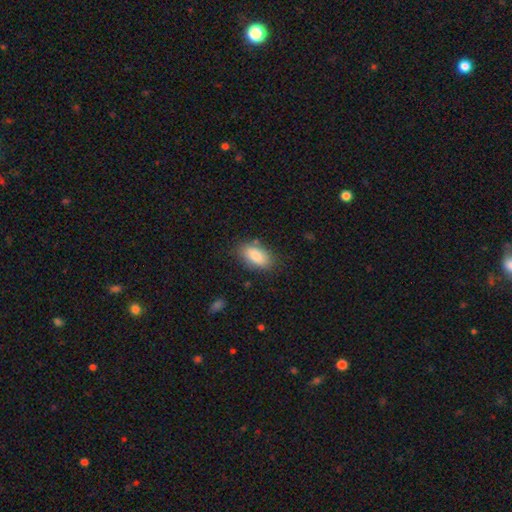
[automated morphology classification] smooth 84%, featured or disk 9%, star or artifact 7%. Down the decision tree: how rounded — in between (91%); merging — none (81%).